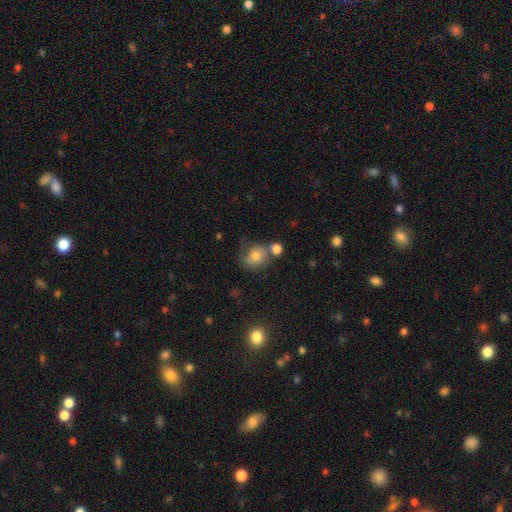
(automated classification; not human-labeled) Q: Smooth or featured?
A: smooth (59%); runner-up: featured or disk (30%)
Q: How rounded?
A: round (60%); runner-up: in between (39%)
Q: Merging?
A: none (39%); runner-up: merger (23%)